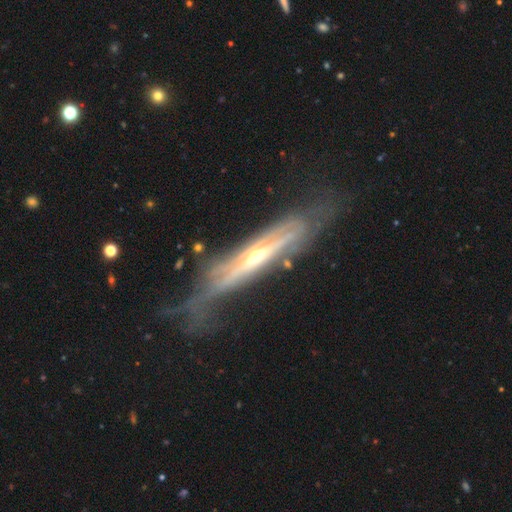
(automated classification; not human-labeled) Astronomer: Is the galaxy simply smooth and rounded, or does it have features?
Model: featured or disk — 82%.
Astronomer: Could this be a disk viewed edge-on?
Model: yes — 63%.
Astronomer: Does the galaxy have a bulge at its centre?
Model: rounded — 77%.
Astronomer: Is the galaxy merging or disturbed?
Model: none — 51%.